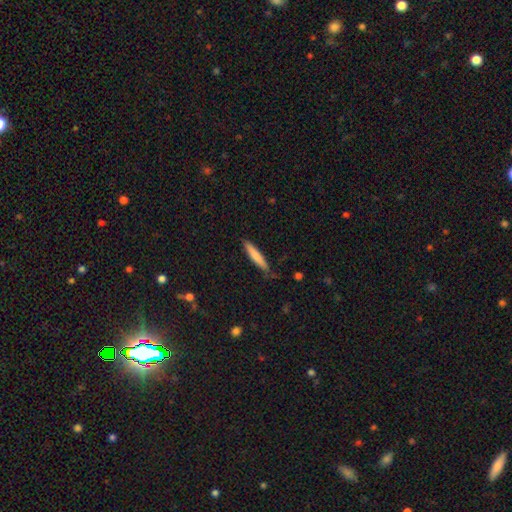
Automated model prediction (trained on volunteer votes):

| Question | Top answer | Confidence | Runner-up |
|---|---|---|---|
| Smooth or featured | smooth | 76% | featured or disk (19%) |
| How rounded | cigar-shaped | 91% | in between (8%) |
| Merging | none | 80% | minor disturbance (16%) |